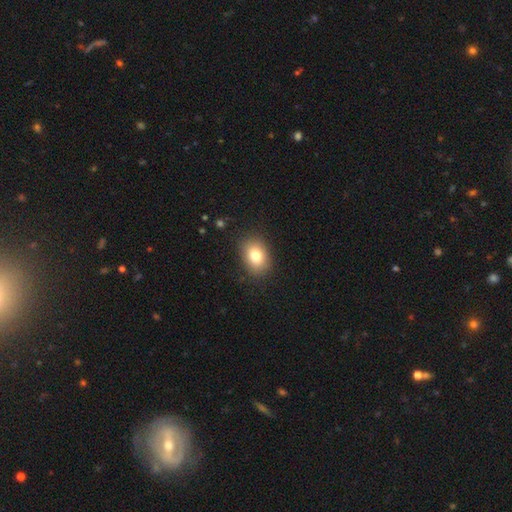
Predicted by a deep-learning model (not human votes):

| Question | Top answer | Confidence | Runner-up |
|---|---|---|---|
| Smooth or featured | smooth | 80% | featured or disk (10%) |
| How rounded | in between | 72% | round (26%) |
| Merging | none | 85% | minor disturbance (10%) |